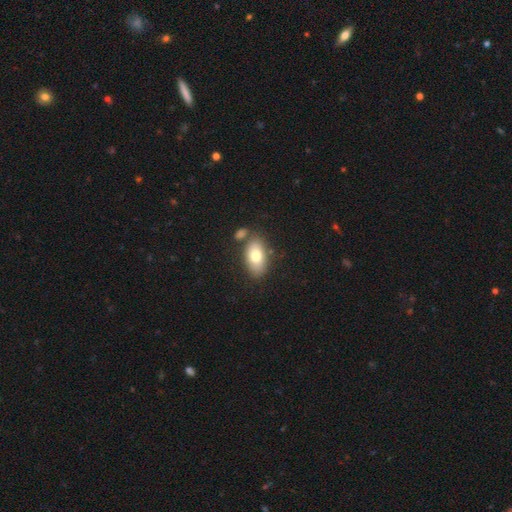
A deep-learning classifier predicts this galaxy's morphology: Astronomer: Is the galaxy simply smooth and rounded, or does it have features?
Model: smooth — 76%.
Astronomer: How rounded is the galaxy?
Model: in between — 92%.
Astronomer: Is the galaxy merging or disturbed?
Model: none — 67%.